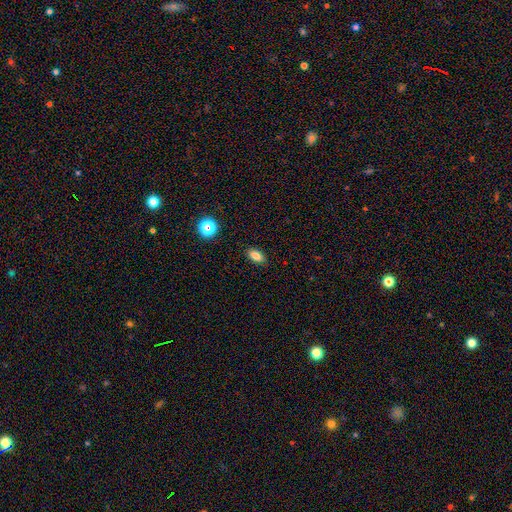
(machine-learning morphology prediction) type=smooth (83%); roundness=in between (88%); merging=none (89%).